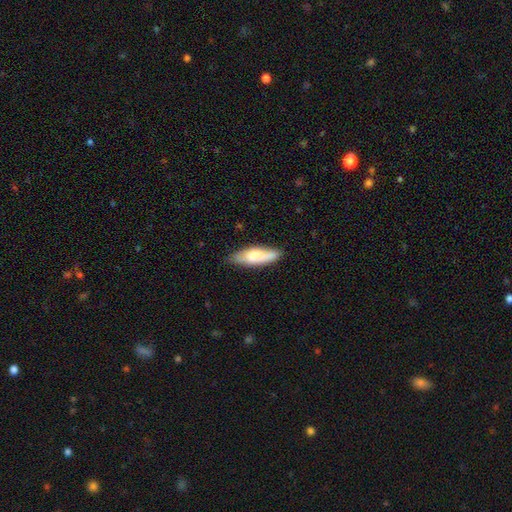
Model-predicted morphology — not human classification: smooth-or-featured: smooth: 72% | featured or disk: 22% | star or artifact: 6%
  how-rounded: in between: 58% | cigar-shaped: 41% | round: 2%
  merging: none: 67% | minor disturbance: 25% | major disturbance: 5% | merger: 3%